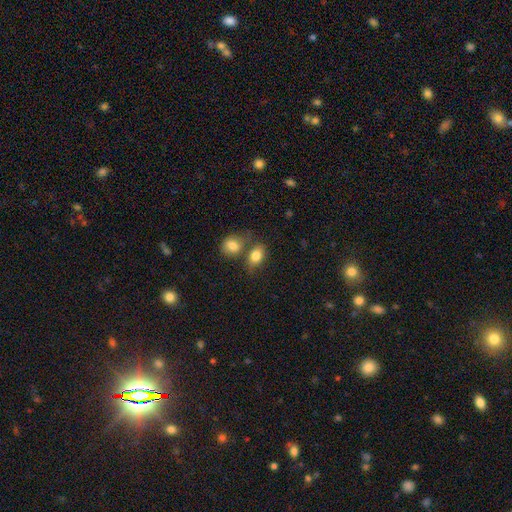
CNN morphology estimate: This appears to be a smooth galaxy with no disk features (82%) that is in between round and cigar-shaped (78%). Merging: none (48%).